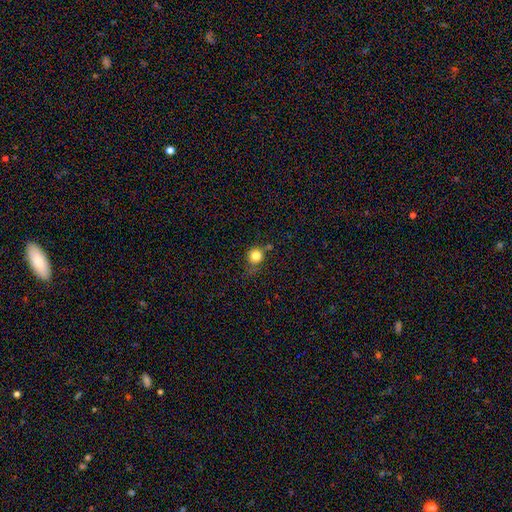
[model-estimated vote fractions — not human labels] smooth_or_featured: smooth (p=0.81) [alt: star or artifact p=0.12]
how_rounded: round (p=0.89) [alt: in between p=0.10]
merging: none (p=0.62) [alt: minor disturbance p=0.22]